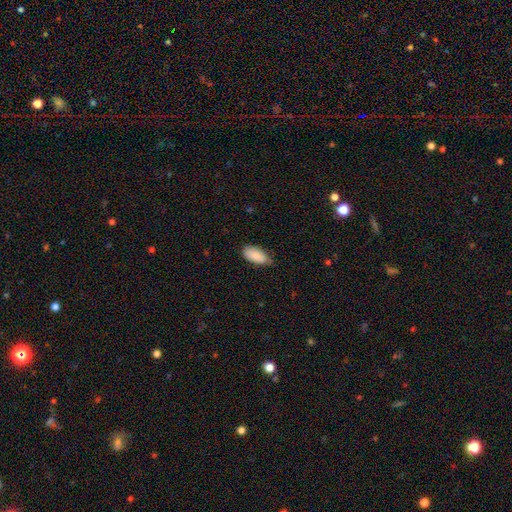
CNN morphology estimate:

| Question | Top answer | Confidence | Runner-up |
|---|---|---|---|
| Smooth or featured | smooth | 87% | featured or disk (6%) |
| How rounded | in between | 92% | cigar-shaped (6%) |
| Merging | none | 68% | minor disturbance (27%) |